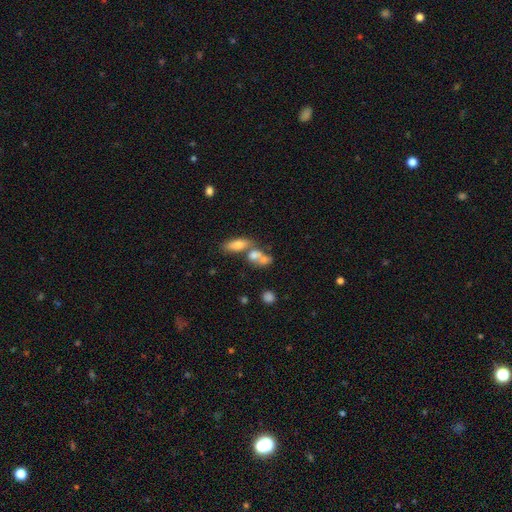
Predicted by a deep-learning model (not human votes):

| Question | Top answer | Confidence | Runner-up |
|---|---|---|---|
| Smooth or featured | smooth | 69% | featured or disk (20%) |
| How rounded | in between | 70% | round (20%) |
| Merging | merger | 55% | none (28%) |